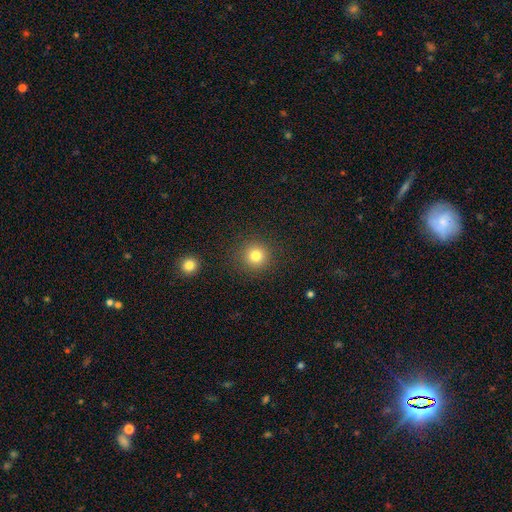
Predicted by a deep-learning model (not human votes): This is clearly a smooth galaxy (80%). How rounded: clearly round (94%). Merging: clearly none (89%).